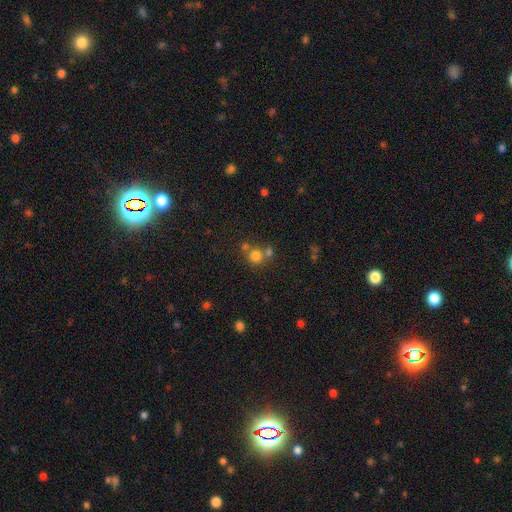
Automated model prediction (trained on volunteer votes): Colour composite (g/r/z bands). It shows a smooth galaxy with no disk features (75%) that is round (85%). Merging: none (52%).